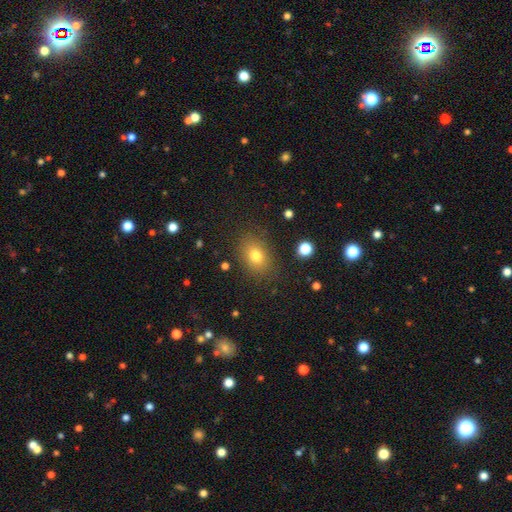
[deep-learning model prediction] Smooth or featured?
  - smooth: 76% *
  - star or artifact: 13%
  - featured or disk: 11%
How rounded?
  - in between: 68% *
  - round: 31%
  - cigar-shaped: 1%
Merging?
  - none: 83% *
  - minor disturbance: 11%
  - major disturbance: 4%
  - merger: 2%